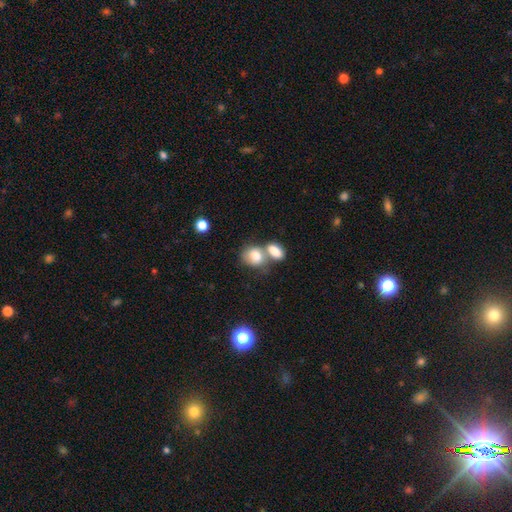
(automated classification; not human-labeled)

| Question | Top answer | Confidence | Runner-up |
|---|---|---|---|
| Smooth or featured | smooth | 79% | featured or disk (13%) |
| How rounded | in between | 60% | round (38%) |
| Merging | merger | 58% | none (27%) |